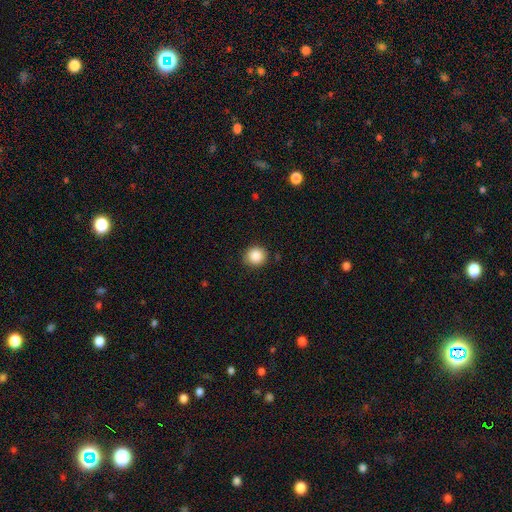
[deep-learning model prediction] This is clearly a smooth galaxy (88%). How rounded: clearly round (90%). Merging: clearly none (89%).